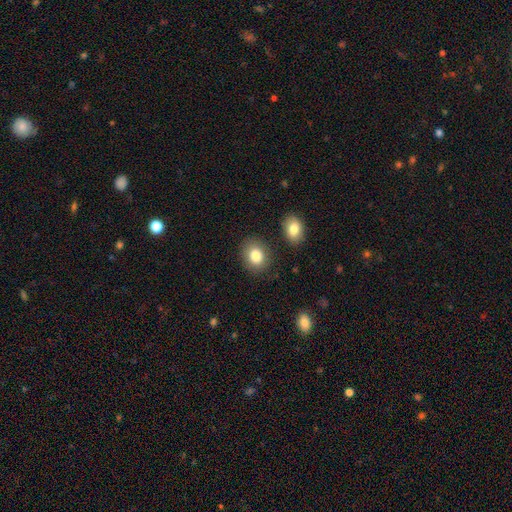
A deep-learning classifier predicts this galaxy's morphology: This appears to be a smooth galaxy with no disk features (83%) that is round (51%). Merging: none (82%).